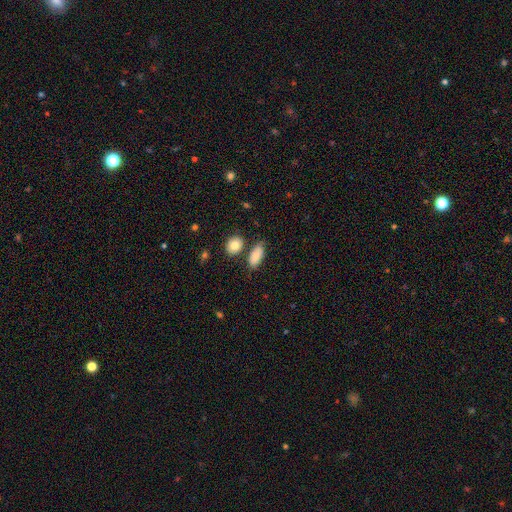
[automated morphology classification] Smooth or featured?
  - smooth: 81% *
  - featured or disk: 12%
  - star or artifact: 7%
How rounded?
  - in between: 87% *
  - cigar-shaped: 8%
  - round: 5%
Merging?
  - none: 66% *
  - minor disturbance: 17%
  - merger: 12%
  - major disturbance: 4%